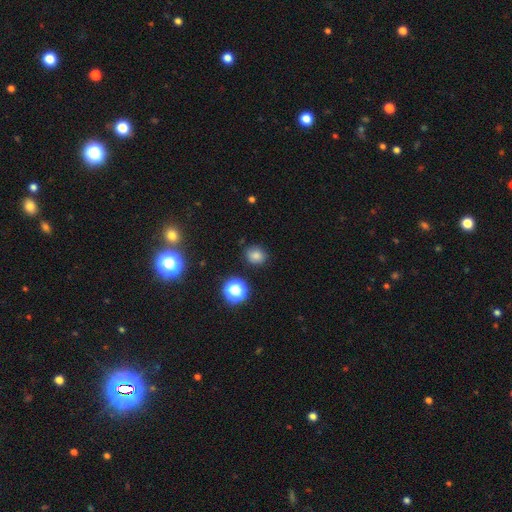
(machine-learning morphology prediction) Q: Smooth or featured?
A: smooth (77%); runner-up: star or artifact (17%)
Q: How rounded?
A: round (68%); runner-up: in between (30%)
Q: Merging?
A: none (82%); runner-up: minor disturbance (12%)